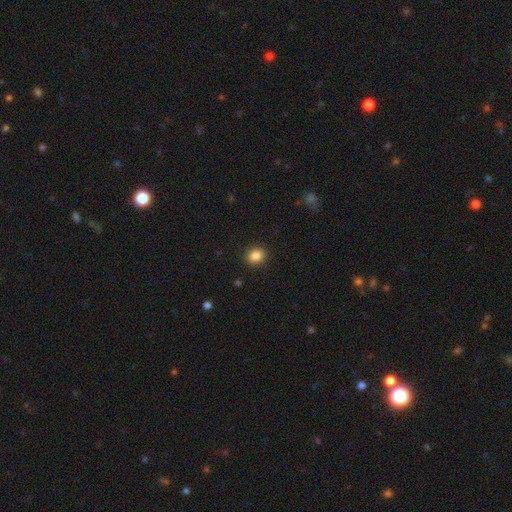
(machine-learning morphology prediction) smooth_or_featured: smooth (p=0.86) [alt: star or artifact p=0.10]
how_rounded: round (p=0.66) [alt: in between p=0.33]
merging: none (p=0.91) [alt: minor disturbance p=0.06]